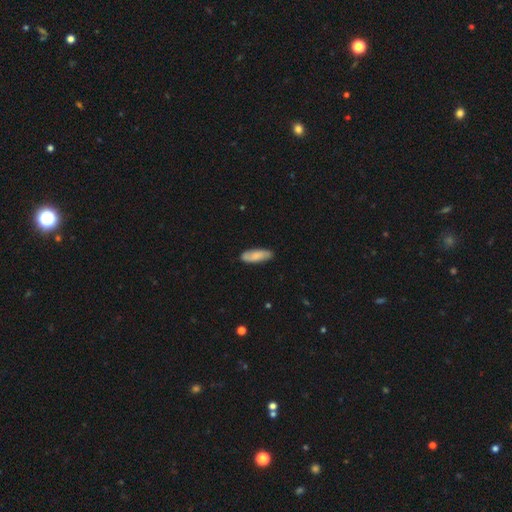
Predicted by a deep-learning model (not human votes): Smooth or featured?
  - smooth: 74% *
  - featured or disk: 21%
  - star or artifact: 6%
How rounded?
  - in between: 58% *
  - cigar-shaped: 40%
  - round: 2%
Merging?
  - none: 84% *
  - minor disturbance: 13%
  - major disturbance: 2%
  - merger: 1%